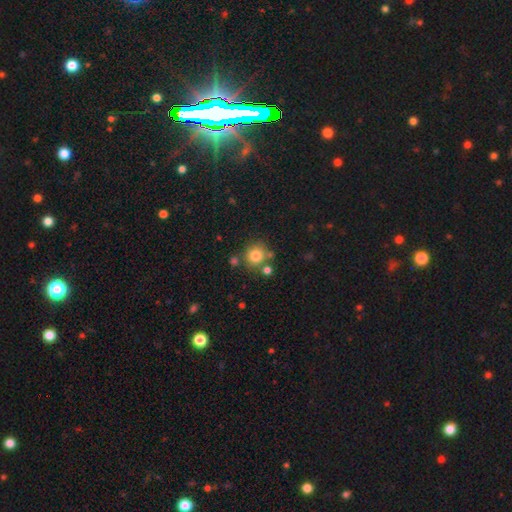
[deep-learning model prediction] Q: Smooth or featured?
A: smooth (79%); runner-up: star or artifact (13%)
Q: How rounded?
A: round (91%); runner-up: in between (8%)
Q: Merging?
A: none (75%); runner-up: merger (12%)